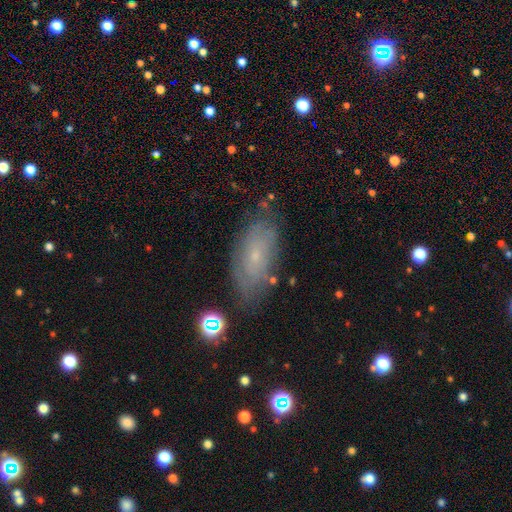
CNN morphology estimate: This is possibly a featured or disk galaxy (49%). Merging: likely none (74%).